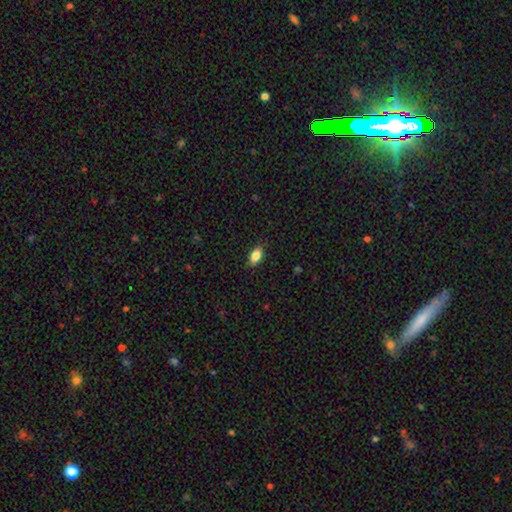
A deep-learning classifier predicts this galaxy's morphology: smooth-or-featured: smooth: 85% | star or artifact: 8% | featured or disk: 7%
  how-rounded: in between: 90% | round: 6% | cigar-shaped: 4%
  merging: none: 86% | minor disturbance: 10% | major disturbance: 2% | merger: 1%